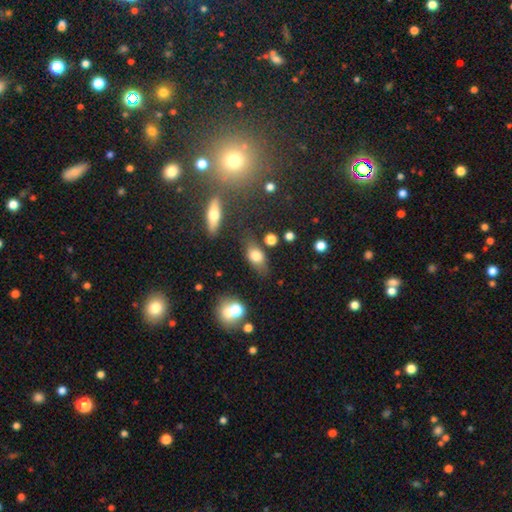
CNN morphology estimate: A smooth galaxy with no disk features (74%) that is in between round and cigar-shaped (78%). Merging: none (66%).